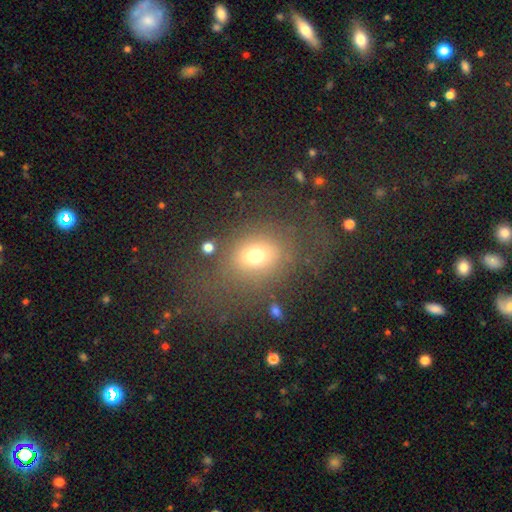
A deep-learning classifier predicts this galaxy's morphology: A smooth galaxy with no disk features (68%) that is round (50%). Merging: none (64%).